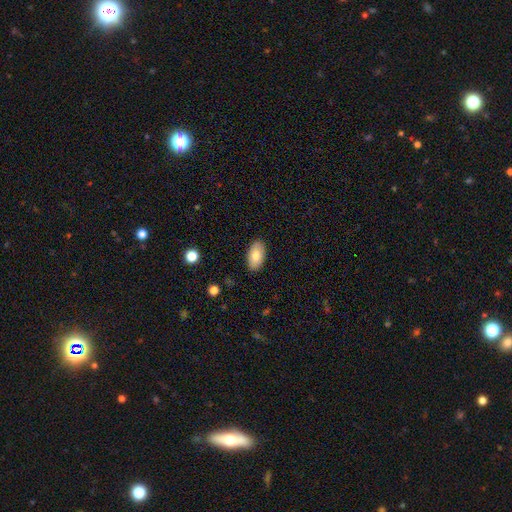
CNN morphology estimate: Smooth or featured?
  - smooth: 81% *
  - featured or disk: 12%
  - star or artifact: 7%
How rounded?
  - in between: 95% *
  - round: 3%
  - cigar-shaped: 2%
Merging?
  - none: 89% *
  - minor disturbance: 9%
  - major disturbance: 2%
  - merger: 1%